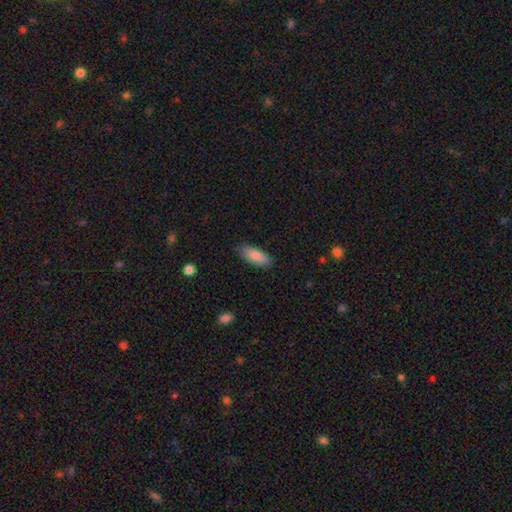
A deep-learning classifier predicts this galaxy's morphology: Overall: smooth (88%). How rounded: in between (75%). Merging: none (84%).